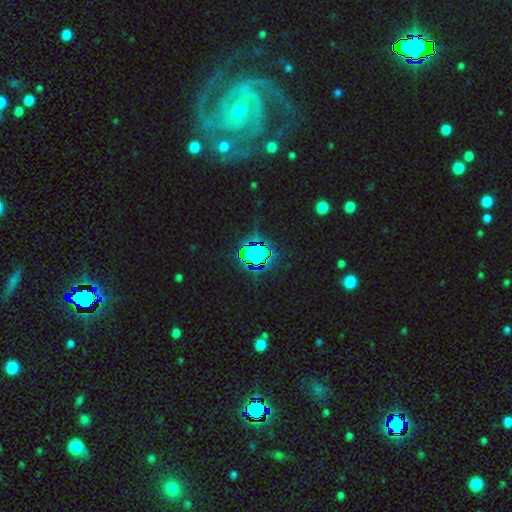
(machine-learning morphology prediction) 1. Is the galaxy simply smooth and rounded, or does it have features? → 74% star or artifact, 15% smooth, 11% featured or disk.